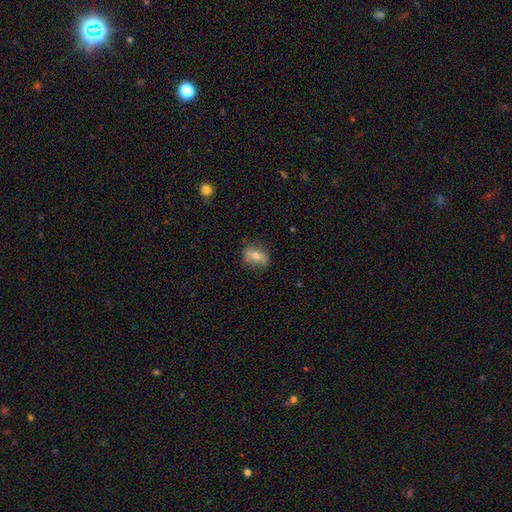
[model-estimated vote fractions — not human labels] smooth 60%, featured or disk 30%, star or artifact 9%. Down the decision tree: how rounded — in between (75%); merging — none (78%).